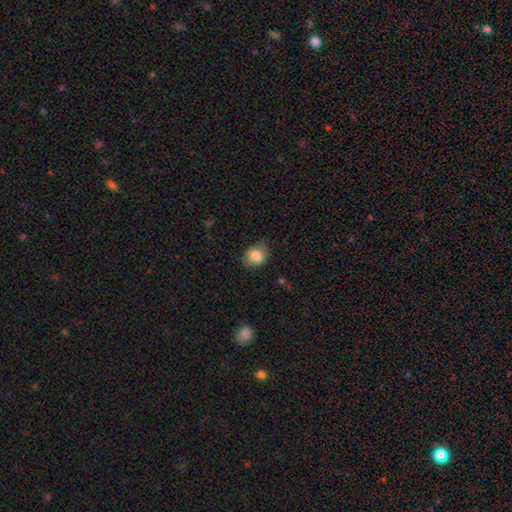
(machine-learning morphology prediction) A smooth galaxy with no disk features (81%) that is in between round and cigar-shaped (57%). Merging: none (68%).